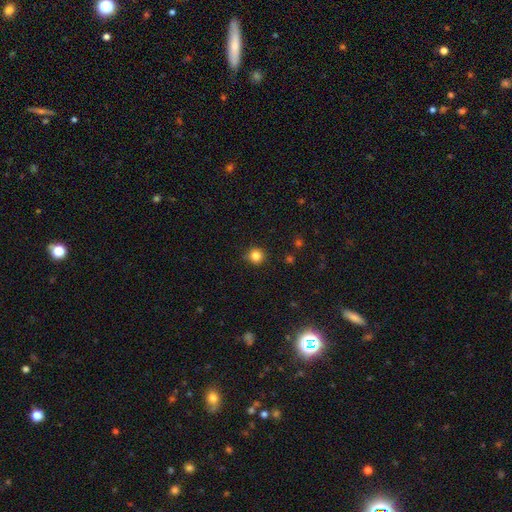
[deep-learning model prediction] Q: Smooth or featured?
A: smooth (84%); runner-up: star or artifact (12%)
Q: How rounded?
A: round (93%); runner-up: in between (6%)
Q: Merging?
A: none (88%); runner-up: minor disturbance (8%)